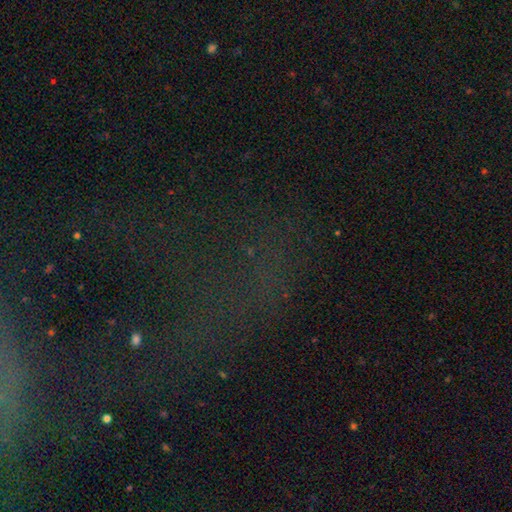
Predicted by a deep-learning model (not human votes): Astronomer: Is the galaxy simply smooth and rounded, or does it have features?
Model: star or artifact — 65%.